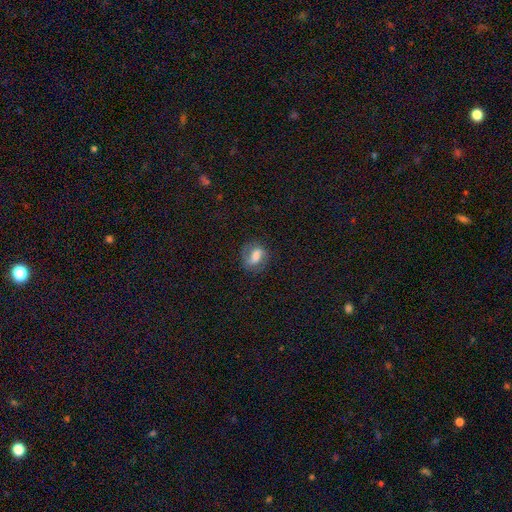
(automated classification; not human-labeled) This is possibly a smooth galaxy (47%). Merging: likely none (69%).